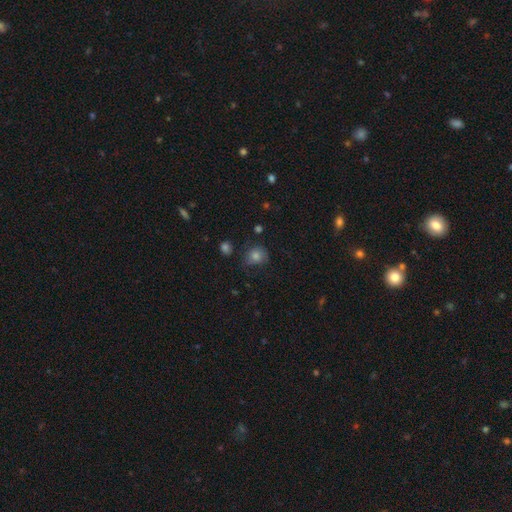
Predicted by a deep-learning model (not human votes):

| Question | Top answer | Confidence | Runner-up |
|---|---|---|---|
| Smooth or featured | smooth | 75% | star or artifact (14%) |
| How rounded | round | 69% | in between (30%) |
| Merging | none | 62% | minor disturbance (26%) |